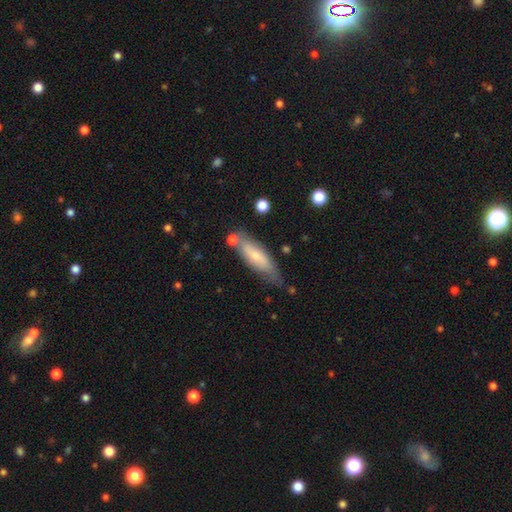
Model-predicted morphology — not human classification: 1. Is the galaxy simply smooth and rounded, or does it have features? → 60% smooth, 34% featured or disk, 6% star or artifact.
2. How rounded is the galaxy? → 55% cigar-shaped, 43% in between, 2% round.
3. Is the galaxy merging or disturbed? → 63% none, 23% minor disturbance, 8% merger, 5% major disturbance.